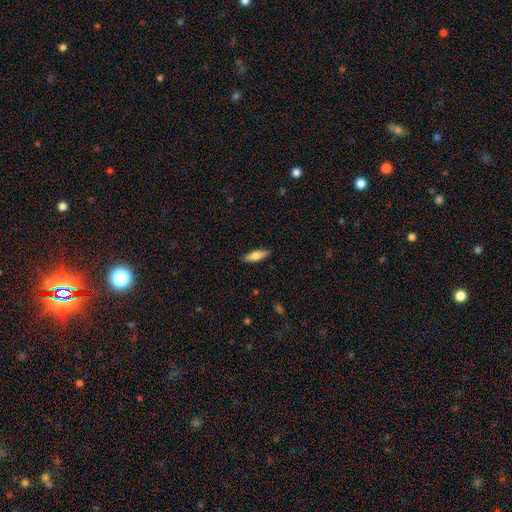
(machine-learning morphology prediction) This appears to be a smooth galaxy with no disk features (71%) that is cigar-shaped (51%). Merging: none (89%).